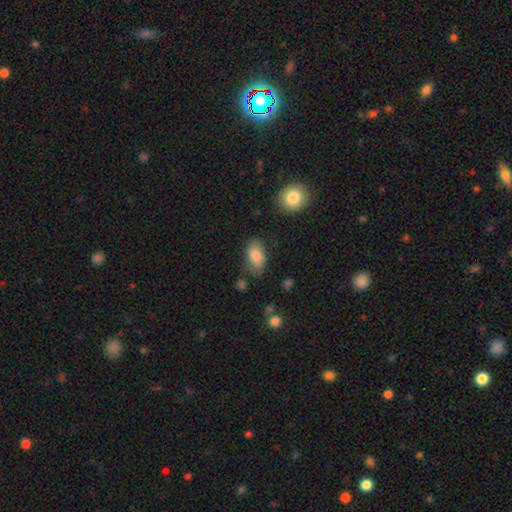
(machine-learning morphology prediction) The model was most divided on "merging": none: 74%, minor disturbance: 18%, major disturbance: 5%, merger: 3%. More confident: how rounded — in between (91%); smooth or featured — smooth (83%).